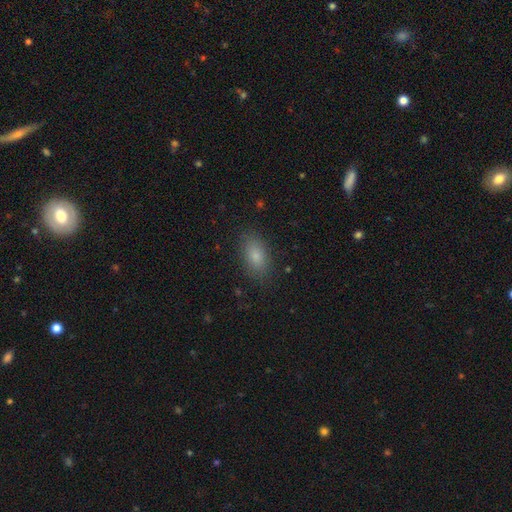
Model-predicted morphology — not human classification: smooth 83%, star or artifact 9%, featured or disk 8%. Down the decision tree: how rounded — in between (89%); merging — none (84%).